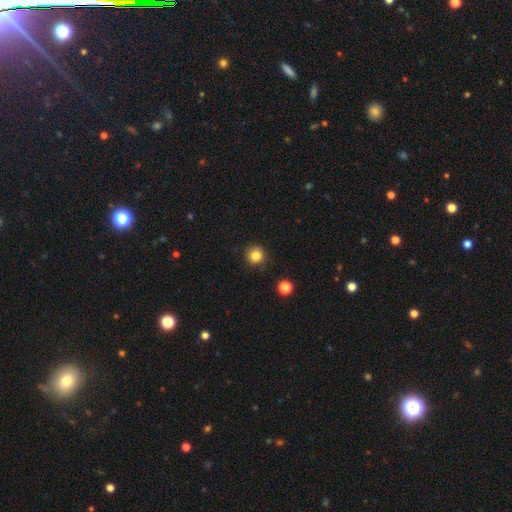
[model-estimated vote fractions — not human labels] Overall: smooth (84%). How rounded: round (93%). Merging: none (89%).